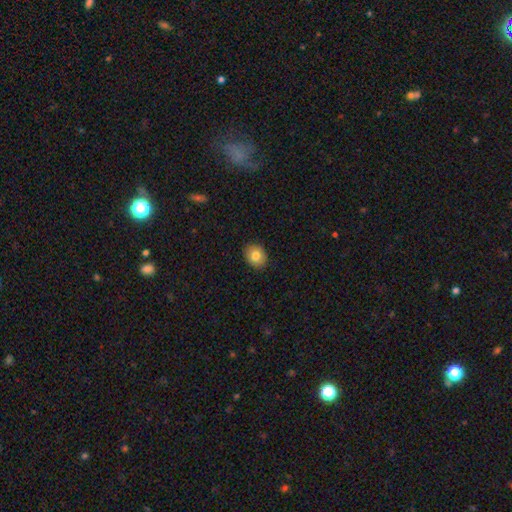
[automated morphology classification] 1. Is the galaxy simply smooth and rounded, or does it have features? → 82% smooth, 10% featured or disk, 9% star or artifact.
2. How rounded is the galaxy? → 56% round, 43% in between, 1% cigar-shaped.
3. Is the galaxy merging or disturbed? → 89% none, 8% minor disturbance, 2% major disturbance, 1% merger.